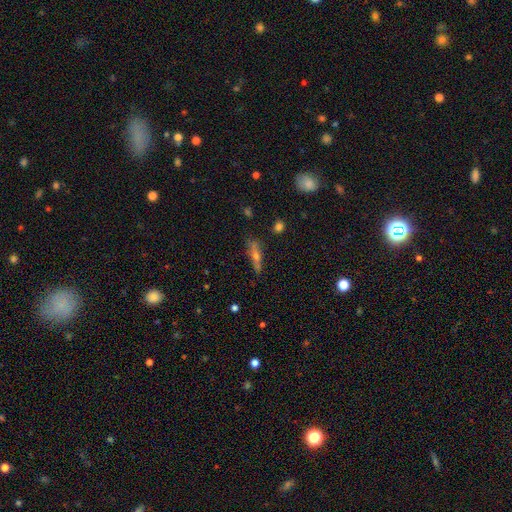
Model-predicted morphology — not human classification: The model was most divided on "smooth or featured": featured or disk: 49%, smooth: 39%, star or artifact: 12%. More confident: merging — none (75%).